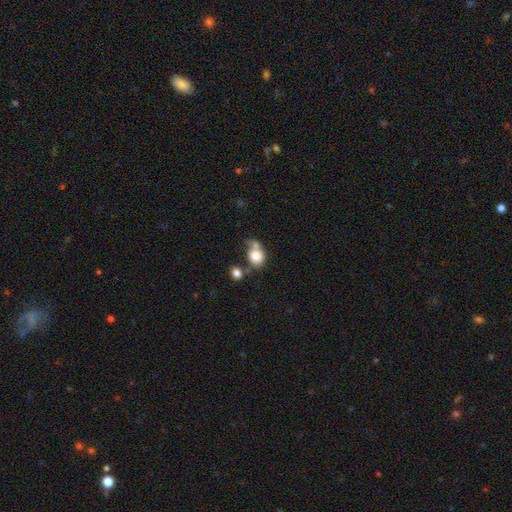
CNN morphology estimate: This appears to be a smooth galaxy with no disk features (81%) that is round (60%). Merging: merger (39%).